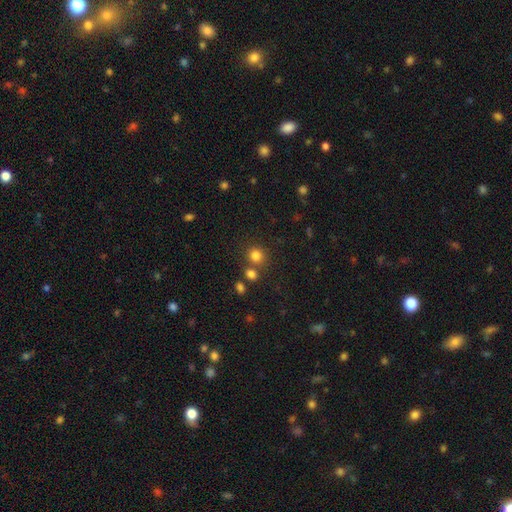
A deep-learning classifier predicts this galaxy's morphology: Smooth or featured: smooth — 80% (star or artifact — 14%)
How rounded: round — 81% (in between — 18%)
Merging: none — 67% (merger — 20%)